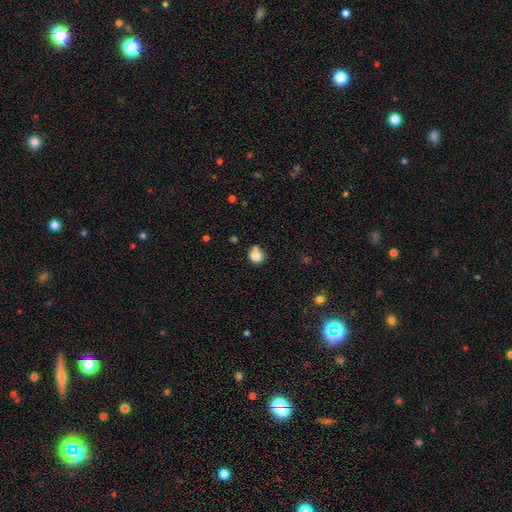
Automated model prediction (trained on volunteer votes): Smooth or featured? smooth (81%)
How rounded? round (76%)
Merging? none (51%)